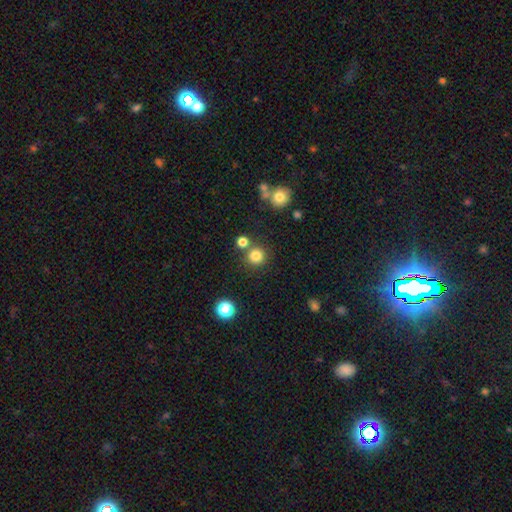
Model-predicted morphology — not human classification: smooth-or-featured: smooth: 81% | star or artifact: 14% | featured or disk: 5%
  how-rounded: round: 93% | in between: 6% | cigar-shaped: 1%
  merging: none: 77% | merger: 12% | minor disturbance: 8% | major disturbance: 3%